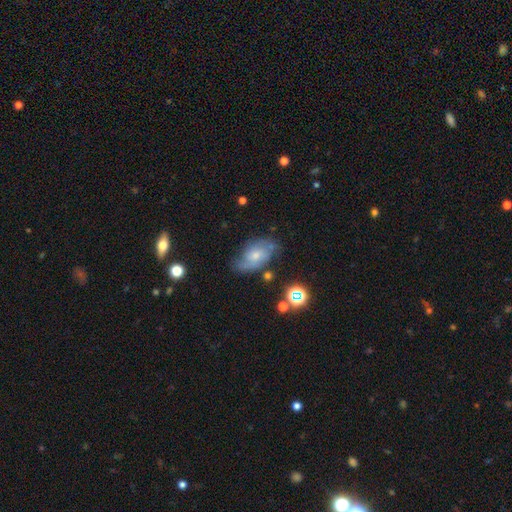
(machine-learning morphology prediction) A featured or disk galaxy (56%) with no bar (64%), spiral arms (83%) and a small central bulge (49%).

Vote fractions:
- Smooth or featured? featured or disk: 56% / smooth: 34% / star or artifact: 10%
- Edge-on disk? no: 94% / yes: 6%
- Bar? no: 64% / weak: 31% / strong: 5%
- Spiral arms? yes: 83% / no: 17%
- Bulge size? small: 49% / moderate: 41% / none: 5% / large: 4% / dominant: 1%
- Merging? none: 57% / minor disturbance: 27% / major disturbance: 11% / merger: 4%